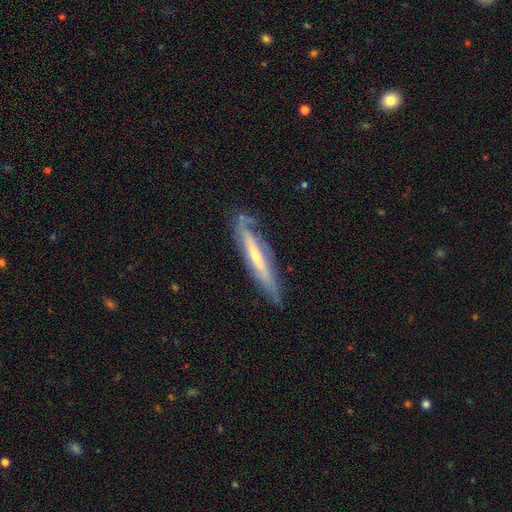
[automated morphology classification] smooth-or-featured: featured or disk: 66% | smooth: 28% | star or artifact: 6%
  disk-edge-on: yes: 72% | no: 28%
  merging: none: 67% | minor disturbance: 24% | major disturbance: 7% | merger: 2%